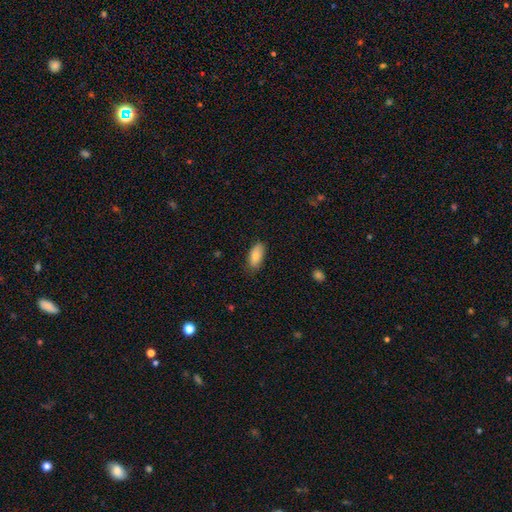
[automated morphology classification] Smooth or featured?
  - smooth: 83% *
  - featured or disk: 11%
  - star or artifact: 6%
How rounded?
  - in between: 90% *
  - cigar-shaped: 7%
  - round: 2%
Merging?
  - none: 81% *
  - minor disturbance: 15%
  - major disturbance: 3%
  - merger: 1%